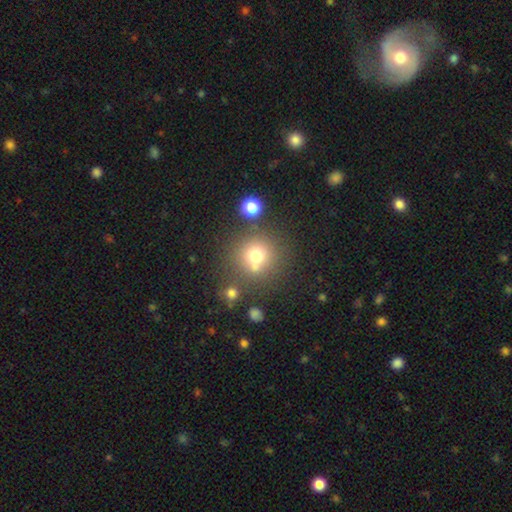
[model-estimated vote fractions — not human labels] Smooth or featured?
  - smooth: 71% *
  - star or artifact: 17%
  - featured or disk: 12%
How rounded?
  - round: 92% *
  - in between: 7%
  - cigar-shaped: 1%
Merging?
  - none: 69% *
  - merger: 16%
  - minor disturbance: 10%
  - major disturbance: 5%